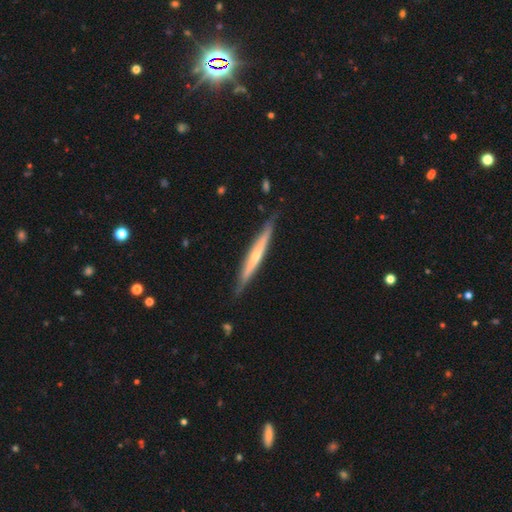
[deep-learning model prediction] A featured or disk galaxy (64%) viewed edge-on (96%) with a rounded central bulge (54%). Merging: none (86%).